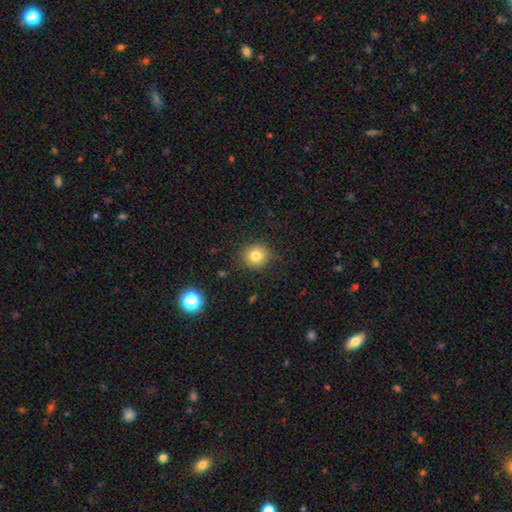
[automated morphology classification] This appears to be a smooth galaxy with no disk features (81%) that is round (91%). Merging: none (88%).